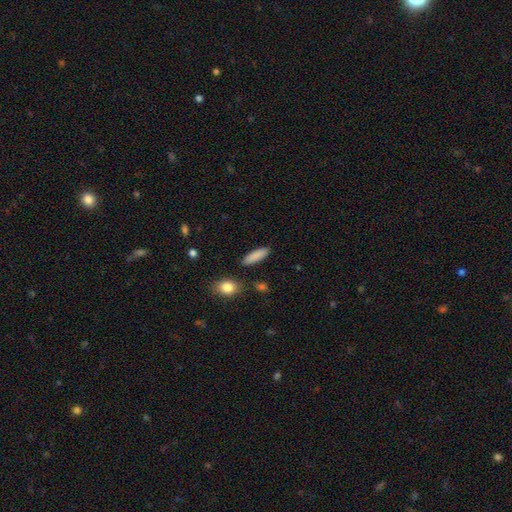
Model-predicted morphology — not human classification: Q: Smooth or featured?
A: smooth (88%); runner-up: star or artifact (6%)
Q: How rounded?
A: cigar-shaped (54%); runner-up: in between (43%)
Q: Merging?
A: none (87%); runner-up: minor disturbance (8%)